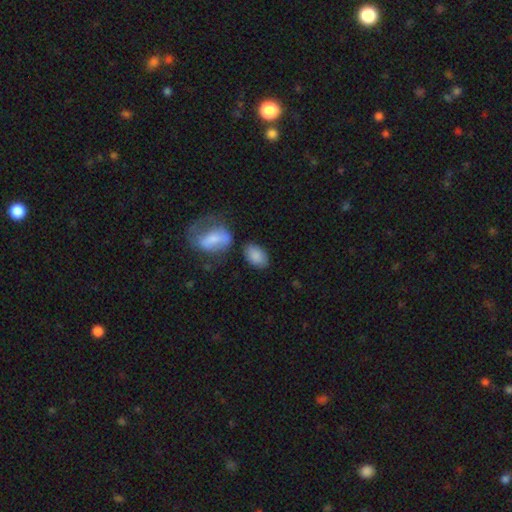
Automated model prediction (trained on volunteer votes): The model was most divided on "merging": none: 68%, minor disturbance: 16%, merger: 11%, major disturbance: 6%. More confident: how rounded — in between (89%); smooth or featured — smooth (85%).